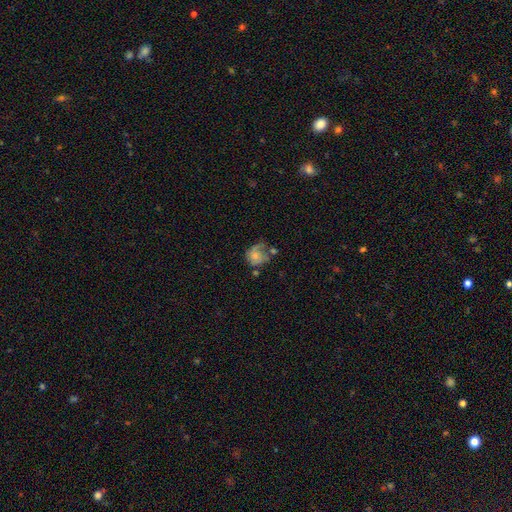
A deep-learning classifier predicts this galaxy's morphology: Smooth or featured?
  - smooth: 51% *
  - featured or disk: 40%
  - star or artifact: 9%
How rounded?
  - round: 61% *
  - in between: 38%
  - cigar-shaped: 1%
Merging?
  - major disturbance: 30% * (tied)
  - none: 30% * (tied)
  - minor disturbance: 26%
  - merger: 14%